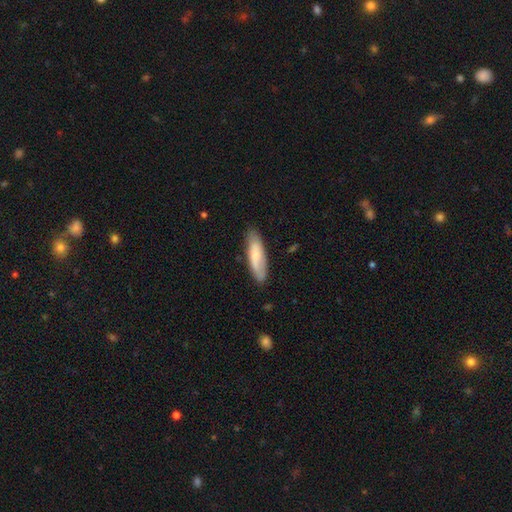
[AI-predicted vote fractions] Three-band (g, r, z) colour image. It shows a smooth galaxy with no disk features (68%) that is cigar-shaped (55%). Merging: none (79%).